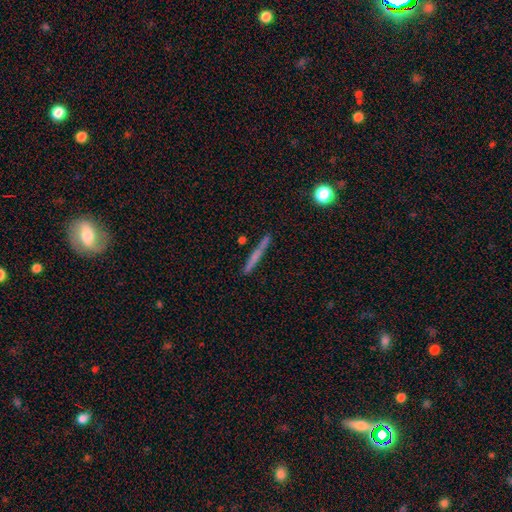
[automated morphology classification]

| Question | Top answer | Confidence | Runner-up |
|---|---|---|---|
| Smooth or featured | smooth | 53% | featured or disk (39%) |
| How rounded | cigar-shaped | 95% | in between (3%) |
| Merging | none | 88% | minor disturbance (8%) |